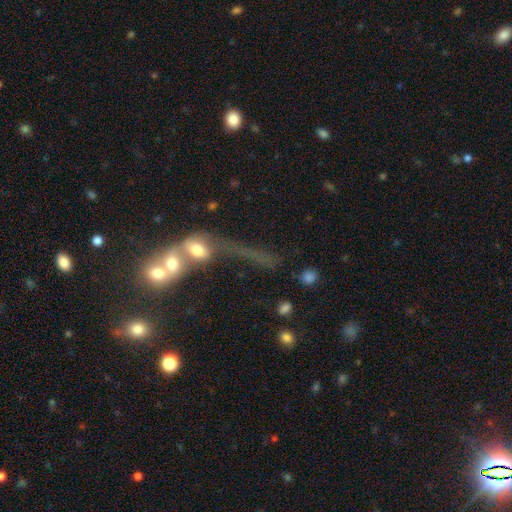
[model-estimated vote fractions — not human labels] A featured or disk galaxy (39%).

Vote fractions:
- Smooth or featured? featured or disk: 39% / smooth: 36% / star or artifact: 25%
- Merging? merger: 53% / major disturbance: 21% / none: 18% / minor disturbance: 8%